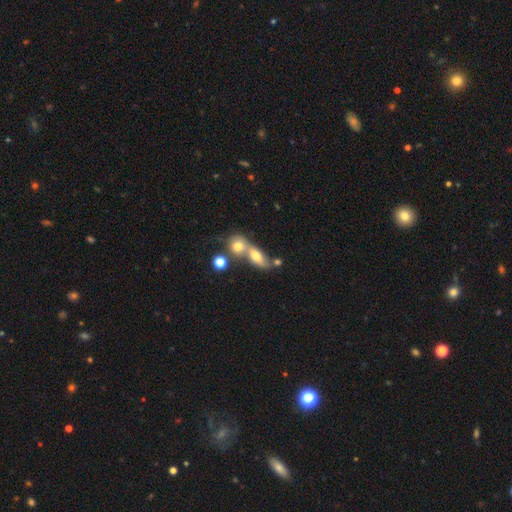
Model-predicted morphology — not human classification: Smooth or featured?
  - smooth: 66% *
  - featured or disk: 24%
  - star or artifact: 10%
How rounded?
  - in between: 69% *
  - round: 18%
  - cigar-shaped: 13%
Merging?
  - merger: 58% *
  - none: 29%
  - minor disturbance: 8%
  - major disturbance: 5%